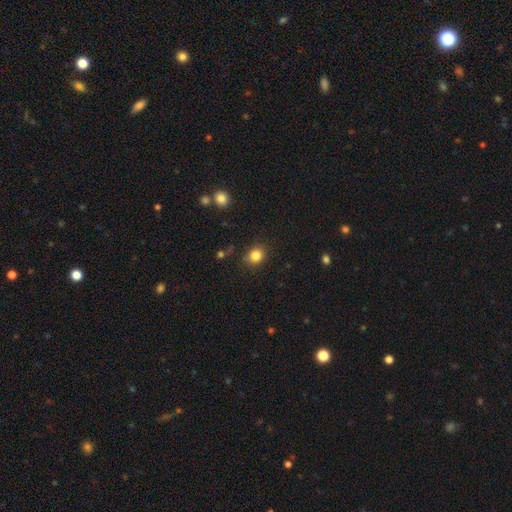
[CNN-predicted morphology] A smooth galaxy with no disk features (84%) that is round (77%).

Vote fractions:
- Smooth or featured? smooth: 84% / star or artifact: 12% / featured or disk: 5%
- How rounded? round: 77% / in between: 23% / cigar-shaped: 1%
- Merging? none: 83% / minor disturbance: 12% / major disturbance: 3% / merger: 2%